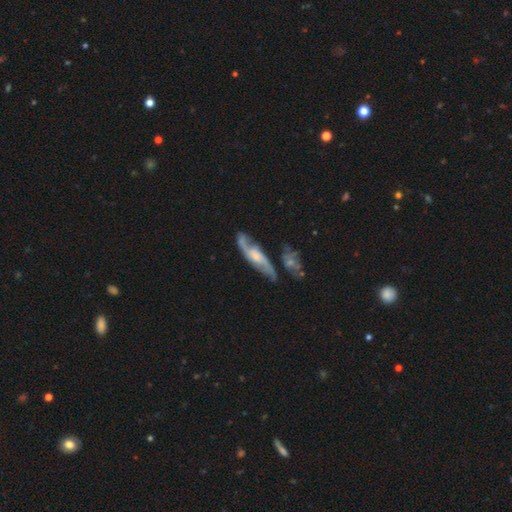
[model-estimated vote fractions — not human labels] Smooth or featured: featured or disk — 79% (smooth — 16%)
Edge-on disk: no — 78% (yes — 22%)
Bar: no — 50% (weak — 40%)
Spiral arms: yes — 93% (no — 7%)
Spiral winding: loose — 44% (medium — 41%)
Spiral arm count: 2 — 85% (can't tell — 8%)
Bulge size: moderate — 42% (small — 33%)
Merging: none — 64% (minor disturbance — 19%)